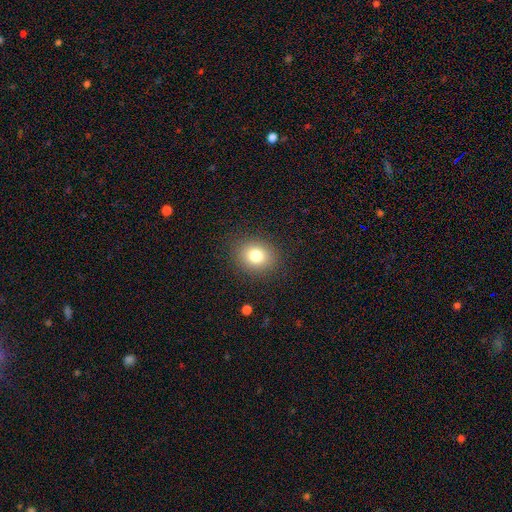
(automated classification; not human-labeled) Smooth or featured? Predicted: smooth (p=0.79). How rounded? Predicted: round (p=0.66). Merging? Predicted: none (p=0.88).